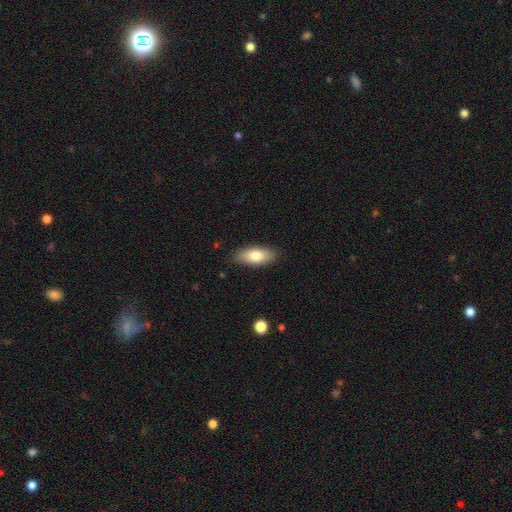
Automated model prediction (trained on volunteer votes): Smooth or featured? Predicted: smooth (p=0.77). How rounded? Predicted: in between (p=0.80). Merging? Predicted: none (p=0.85).